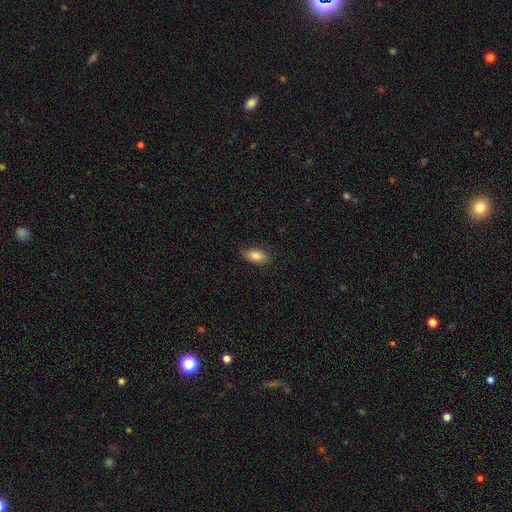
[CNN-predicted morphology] smooth-or-featured: smooth: 85% | featured or disk: 7% | star or artifact: 7%
  how-rounded: in between: 91% | cigar-shaped: 6% | round: 4%
  merging: none: 82% | minor disturbance: 14% | major disturbance: 3% | merger: 1%